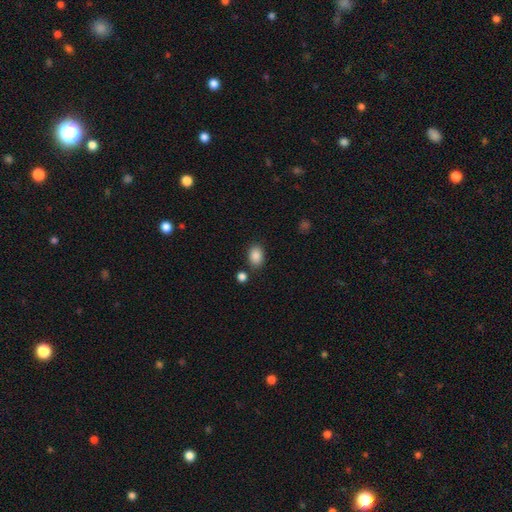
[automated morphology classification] type=smooth (88%); roundness=in between (78%); merging=none (81%).